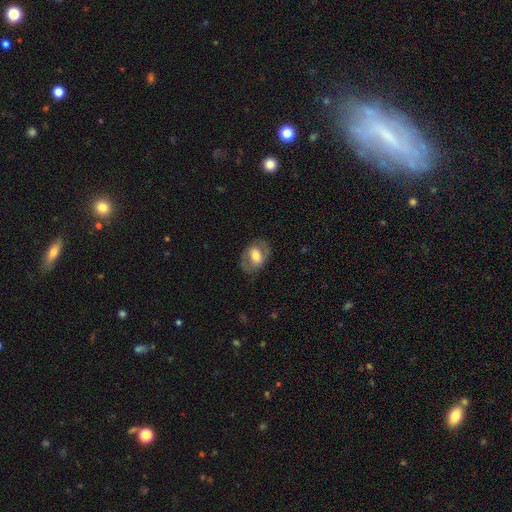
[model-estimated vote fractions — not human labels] smooth-or-featured: smooth: 48% | featured or disk: 45% | star or artifact: 7%
  merging: none: 72% | minor disturbance: 16% | major disturbance: 10% | merger: 1%